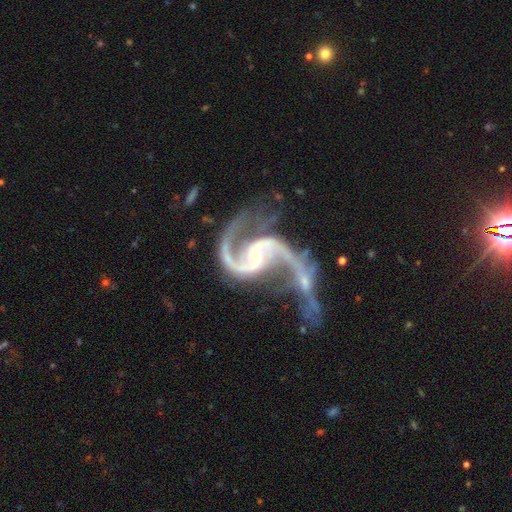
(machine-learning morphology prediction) The model was most divided on "merging": merger: 33%, none: 29%, major disturbance: 23%, minor disturbance: 15%. Remaining: edge-on disk — no (98%); spiral arms — yes (98%); smooth or featured — featured or disk (93%); spiral arm count — 2 (93%); bulge size — small (72%); spiral winding — loose (51%); bar — no (46%).